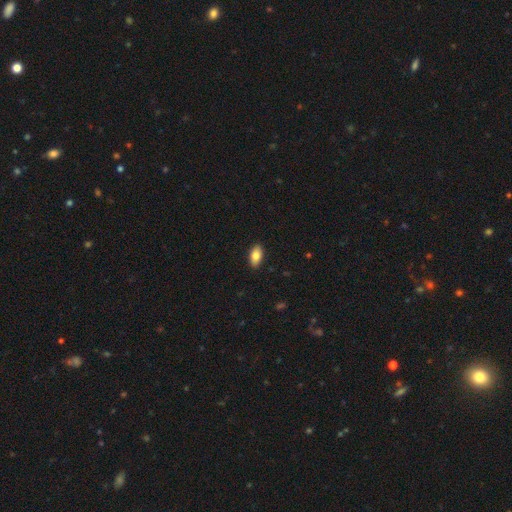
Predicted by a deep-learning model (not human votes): Smooth or featured?
  - smooth: 82% *
  - featured or disk: 11%
  - star or artifact: 7%
How rounded?
  - in between: 91% *
  - cigar-shaped: 5%
  - round: 4%
Merging?
  - none: 90% *
  - minor disturbance: 8%
  - major disturbance: 2%
  - merger: 1%